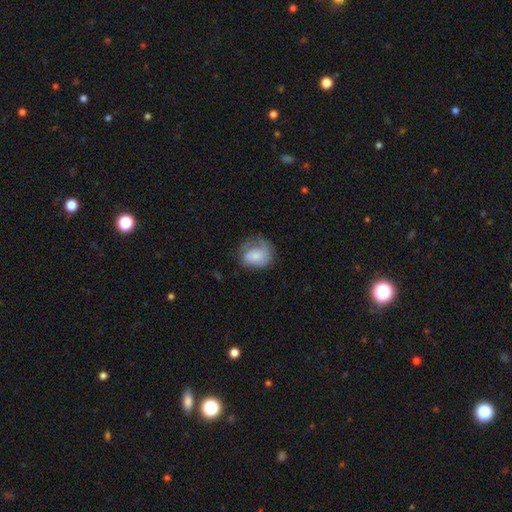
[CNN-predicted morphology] A smooth galaxy with no disk features (66%) that is round (57%).

Vote fractions:
- Smooth or featured? smooth: 66% / featured or disk: 26% / star or artifact: 7%
- How rounded? round: 57% / in between: 42% / cigar-shaped: 1%
- Merging? none: 48% / minor disturbance: 29% / major disturbance: 21% / merger: 2%